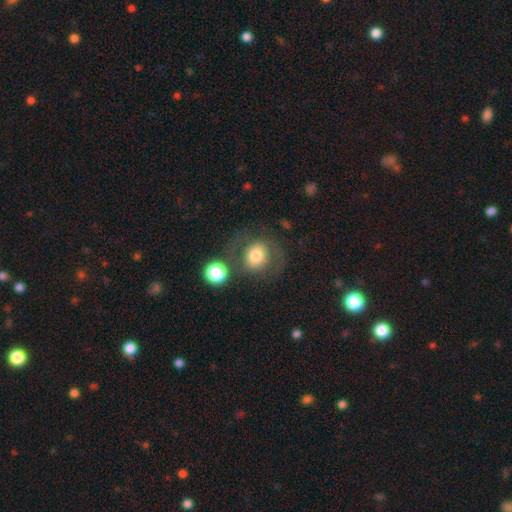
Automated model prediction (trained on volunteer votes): Smooth or featured? Predicted: smooth (p=0.61). How rounded? Predicted: round (p=0.77). Merging? Predicted: none (p=0.54).